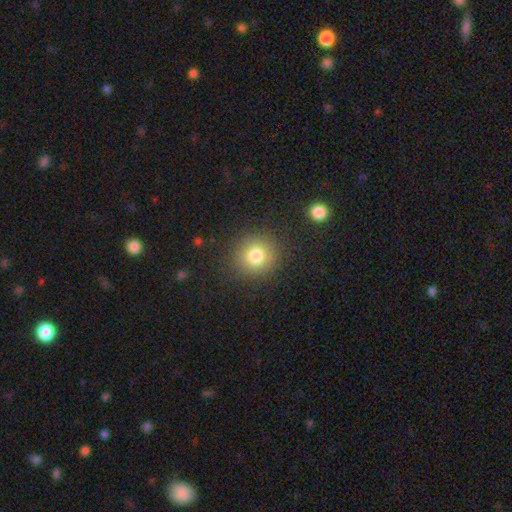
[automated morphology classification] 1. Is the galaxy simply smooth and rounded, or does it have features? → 79% smooth, 13% star or artifact, 8% featured or disk.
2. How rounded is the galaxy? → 91% round, 8% in between, 1% cigar-shaped.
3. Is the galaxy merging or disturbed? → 87% none, 8% minor disturbance, 3% major disturbance, 1% merger.